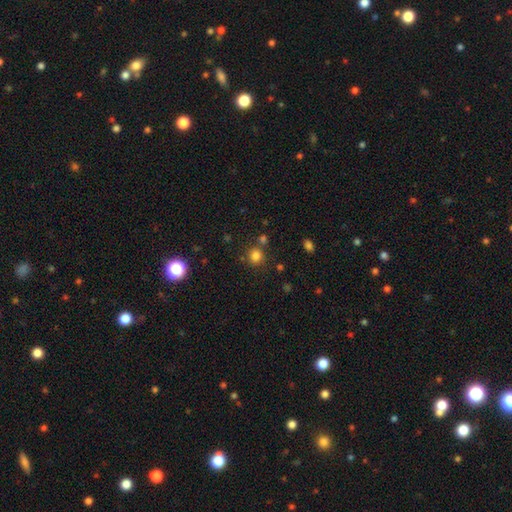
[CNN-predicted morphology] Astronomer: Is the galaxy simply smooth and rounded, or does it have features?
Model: smooth — 79%.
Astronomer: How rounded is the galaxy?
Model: round — 90%.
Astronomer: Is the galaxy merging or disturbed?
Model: none — 76%.